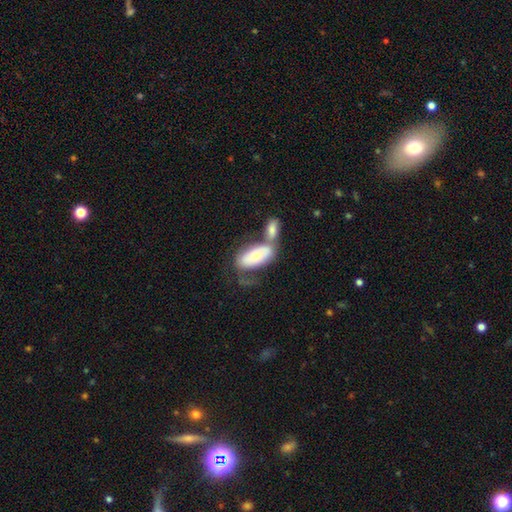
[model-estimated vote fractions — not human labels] Smooth or featured?
  - smooth: 58% *
  - featured or disk: 37%
  - star or artifact: 5%
How rounded?
  - in between: 91% *
  - cigar-shaped: 6%
  - round: 3%
Merging?
  - merger: 51% *
  - none: 26%
  - minor disturbance: 13%
  - major disturbance: 10%